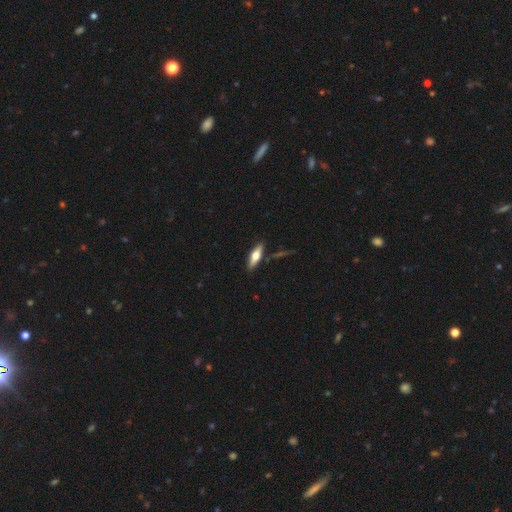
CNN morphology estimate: A smooth galaxy with no disk features (54%) that is cigar-shaped (51%). Merging: none (84%).